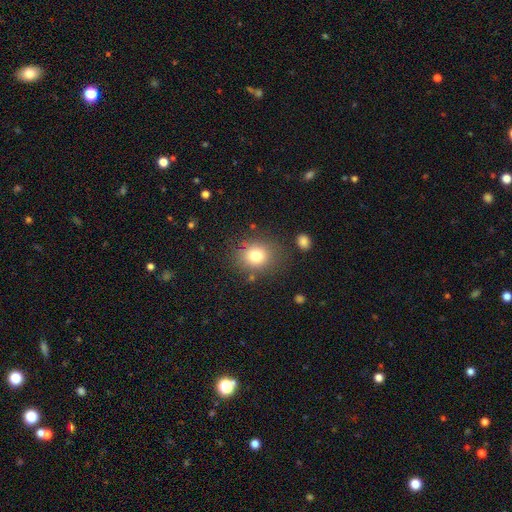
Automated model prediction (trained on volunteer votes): Smooth or featured: smooth — 77% (star or artifact — 13%)
How rounded: round — 73% (in between — 26%)
Merging: none — 80% (minor disturbance — 11%)